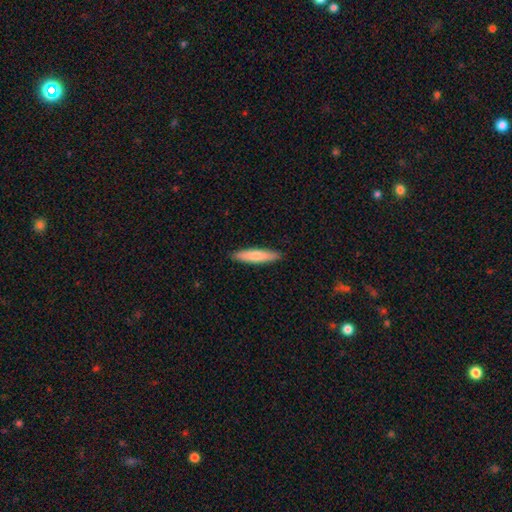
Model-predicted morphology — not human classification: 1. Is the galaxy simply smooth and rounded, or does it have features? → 77% smooth, 18% featured or disk, 5% star or artifact.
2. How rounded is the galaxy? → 87% cigar-shaped, 12% in between, 1% round.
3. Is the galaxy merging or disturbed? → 91% none, 7% minor disturbance, 1% major disturbance, 1% merger.